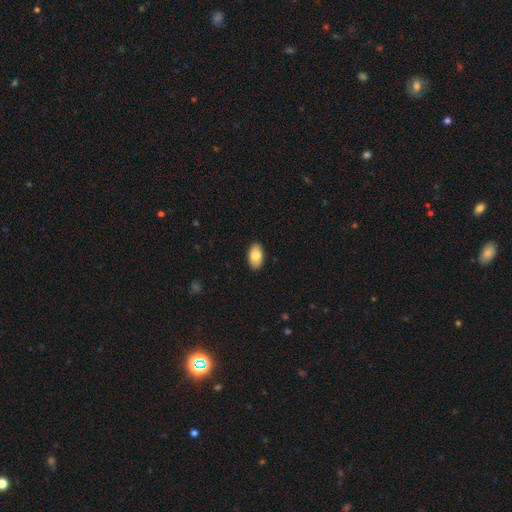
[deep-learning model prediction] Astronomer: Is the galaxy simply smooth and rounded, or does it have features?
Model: smooth — 83%.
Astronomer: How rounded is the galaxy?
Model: in between — 94%.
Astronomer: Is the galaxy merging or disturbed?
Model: none — 89%.